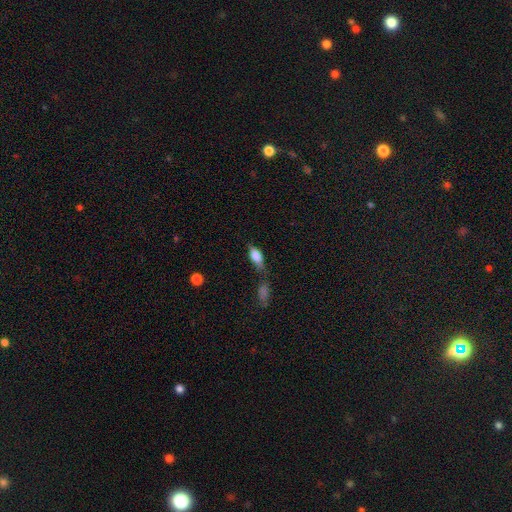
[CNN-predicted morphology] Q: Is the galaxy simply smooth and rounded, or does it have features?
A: smooth — 72%.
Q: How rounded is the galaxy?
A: in between — 79%.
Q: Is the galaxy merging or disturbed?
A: none — 47%.